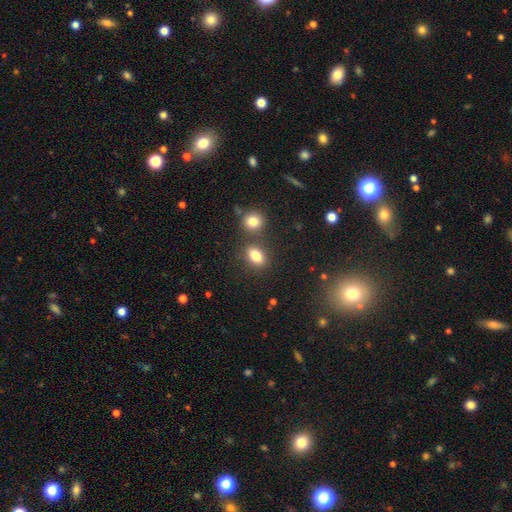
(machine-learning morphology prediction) type=smooth (82%); roundness=in between (81%); merging=none (71%).